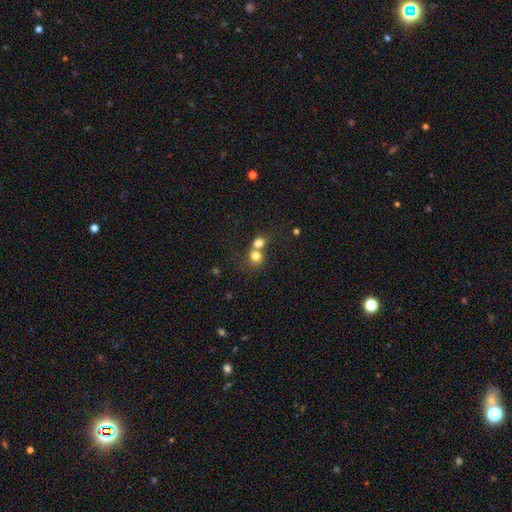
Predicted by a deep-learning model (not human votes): Overall: smooth (77%). How rounded: round (75%). Merging: merger (61%; none 30%).